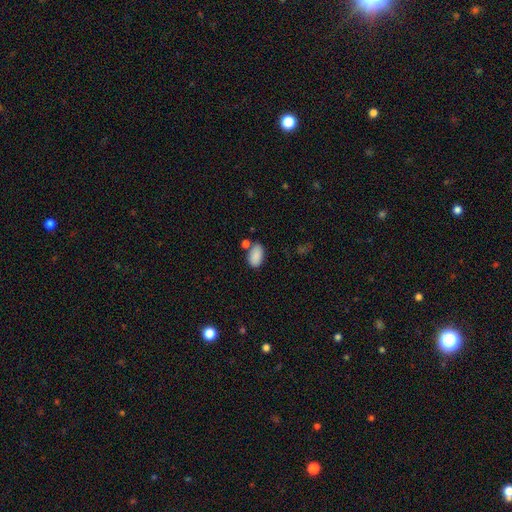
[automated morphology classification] Smooth or featured: smooth — 88% (star or artifact — 7%)
How rounded: in between — 94% (round — 4%)
Merging: none — 67% (merger — 15%)